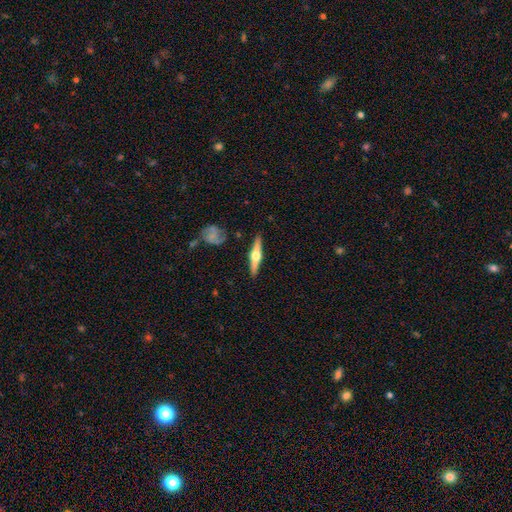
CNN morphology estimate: Overall: featured or disk (73%). Edge-on disk: yes (97%). Edge-on bulge: rounded (96%). Merging: none (88%).